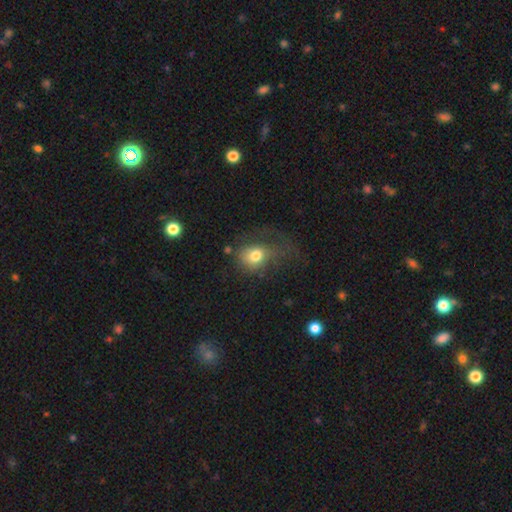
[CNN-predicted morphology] The model was most divided on "how rounded": round: 51%, in between: 48%, cigar-shaped: 1%. Remaining: smooth or featured — smooth (69%); merging — major disturbance (40%).